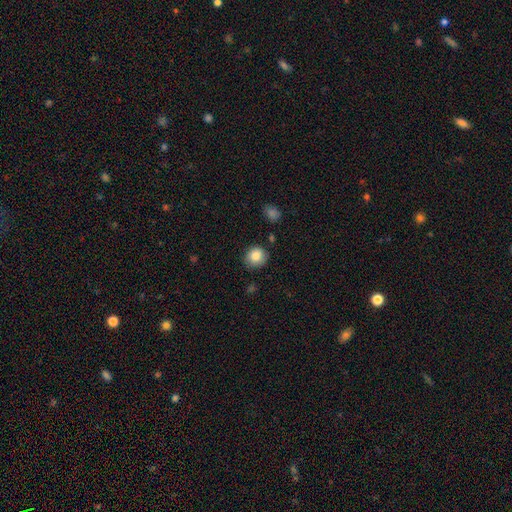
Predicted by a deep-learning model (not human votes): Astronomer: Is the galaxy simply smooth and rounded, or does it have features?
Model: smooth — 84%.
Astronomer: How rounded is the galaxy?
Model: round — 85%.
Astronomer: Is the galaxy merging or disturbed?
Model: none — 84%.